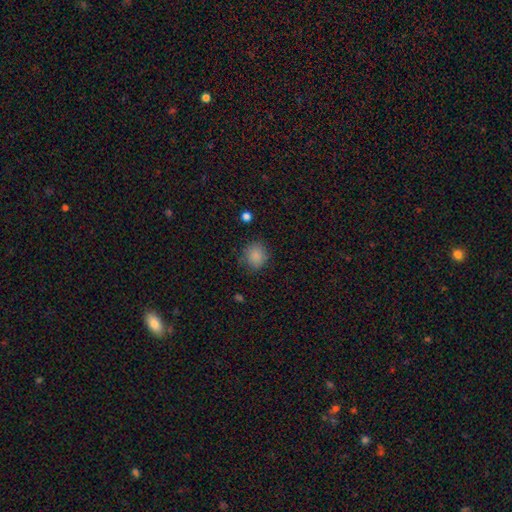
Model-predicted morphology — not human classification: Smooth or featured?
  - smooth: 85% *
  - star or artifact: 10%
  - featured or disk: 5%
How rounded?
  - round: 80% *
  - in between: 19%
  - cigar-shaped: 1%
Merging?
  - none: 78% *
  - minor disturbance: 16%
  - major disturbance: 5%
  - merger: 1%